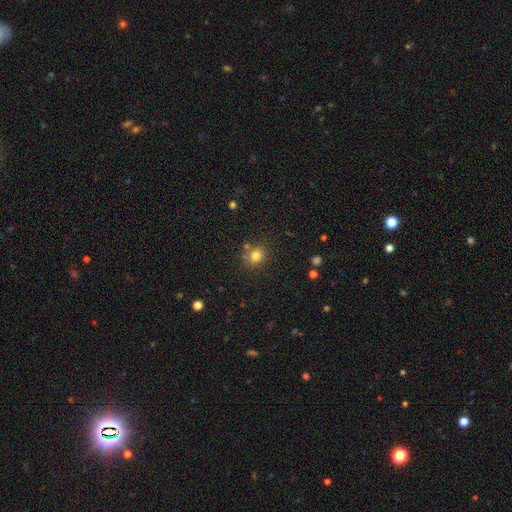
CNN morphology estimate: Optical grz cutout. It shows a smooth galaxy with no disk features (78%) that is round (74%). Merging: none (75%).